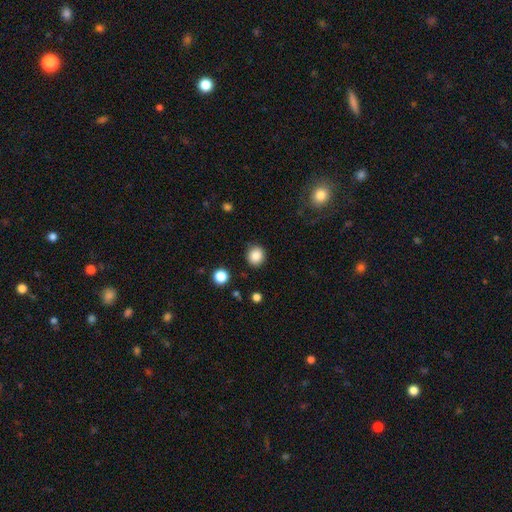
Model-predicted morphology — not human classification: smooth 86%, star or artifact 10%, featured or disk 4%. Down the decision tree: how rounded — round (81%); merging — none (87%).